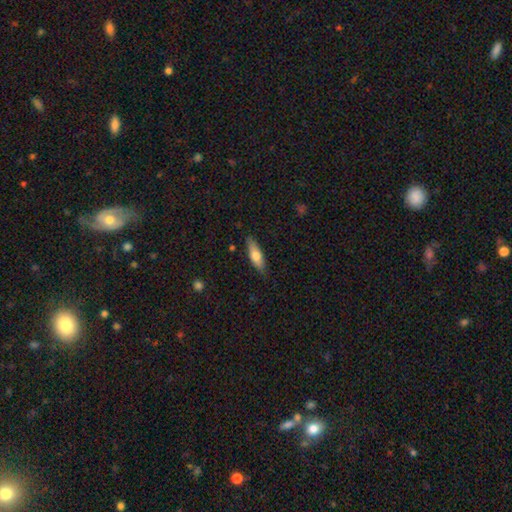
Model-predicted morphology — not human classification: Q: Smooth or featured?
A: smooth (64%); runner-up: featured or disk (30%)
Q: How rounded?
A: cigar-shaped (51%); runner-up: in between (47%)
Q: Merging?
A: none (84%); runner-up: minor disturbance (12%)